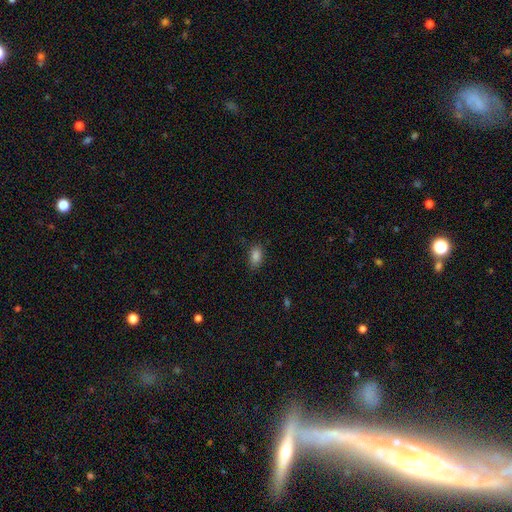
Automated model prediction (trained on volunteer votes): Smooth or featured? smooth (85%)
How rounded? in between (89%)
Merging? none (83%)